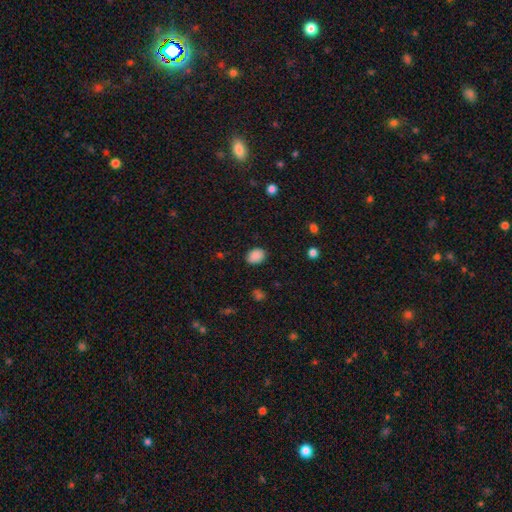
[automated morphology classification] Q: Smooth or featured?
A: smooth (88%); runner-up: star or artifact (9%)
Q: How rounded?
A: in between (72%); runner-up: round (27%)
Q: Merging?
A: none (85%); runner-up: minor disturbance (11%)